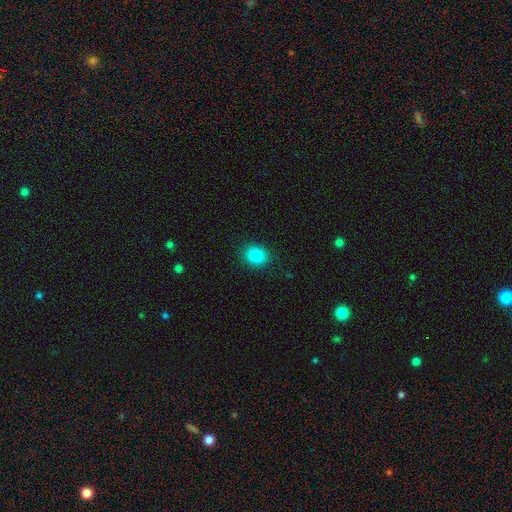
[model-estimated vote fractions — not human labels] A smooth galaxy with no disk features (85%) that is round (59%).

Vote fractions:
- Smooth or featured? smooth: 85% / star or artifact: 10% / featured or disk: 5%
- How rounded? round: 59% / in between: 40% / cigar-shaped: 1%
- Merging? none: 89% / minor disturbance: 8% / major disturbance: 2% / merger: 1%